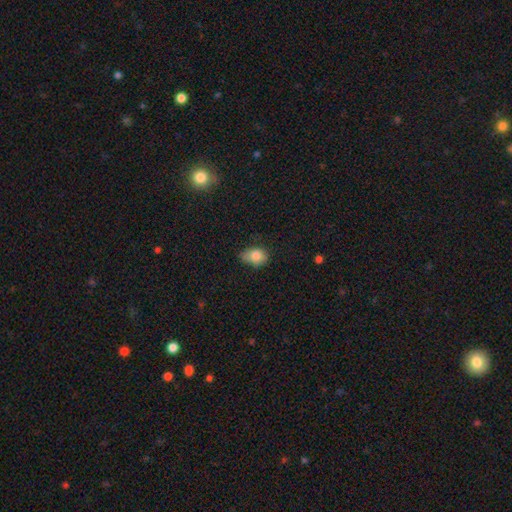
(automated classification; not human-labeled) Morphology: type=smooth (82%); roundness=in between (73%); merging=none (47%).